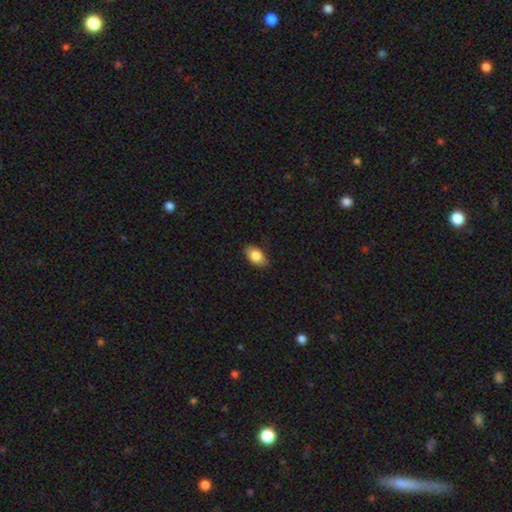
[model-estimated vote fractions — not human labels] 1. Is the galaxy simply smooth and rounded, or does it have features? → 84% smooth, 9% featured or disk, 7% star or artifact.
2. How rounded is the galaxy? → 90% in between, 8% round, 2% cigar-shaped.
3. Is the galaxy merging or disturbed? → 85% none, 12% minor disturbance, 2% major disturbance, 1% merger.